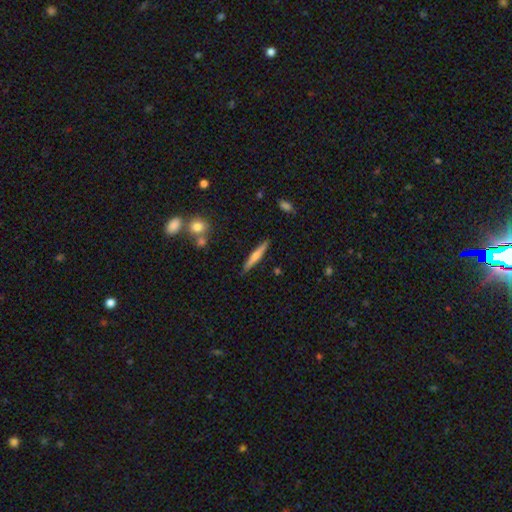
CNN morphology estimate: The model was most divided on "smooth or featured": featured or disk: 48%, smooth: 46%, star or artifact: 6%. More confident: merging — none (89%).